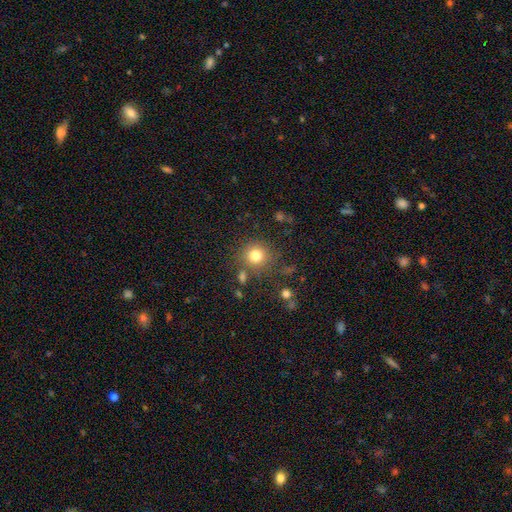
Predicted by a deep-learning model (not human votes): smooth_or_featured: smooth (p=0.79) [alt: star or artifact p=0.13]
how_rounded: round (p=0.91) [alt: in between p=0.09]
merging: none (p=0.79) [alt: minor disturbance p=0.10]